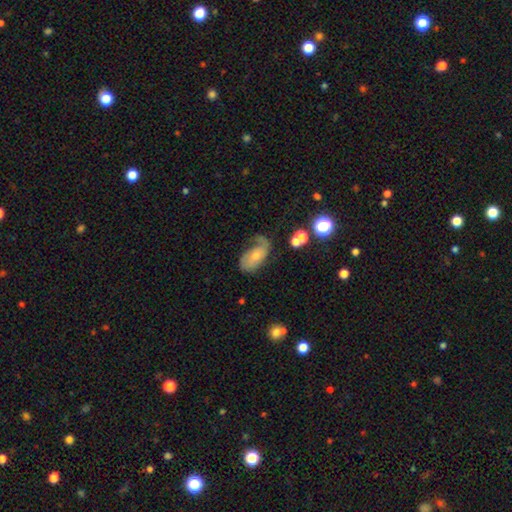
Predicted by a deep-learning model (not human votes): A featured or disk galaxy (51%). Merging: major disturbance (36%).